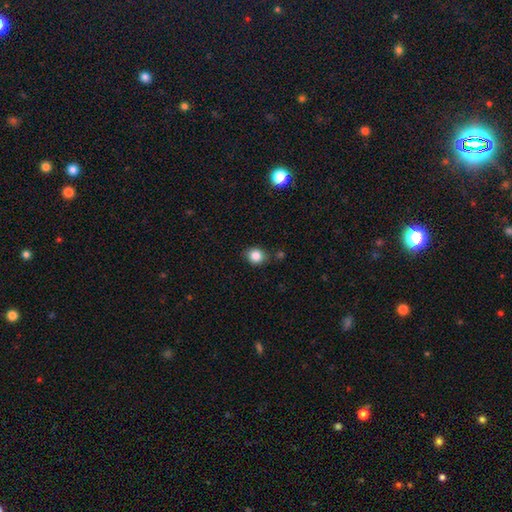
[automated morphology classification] A smooth galaxy with no disk features (84%) that is round (71%).

Vote fractions:
- Smooth or featured? smooth: 84% / star or artifact: 10% / featured or disk: 5%
- How rounded? round: 71% / in between: 28% / cigar-shaped: 1%
- Merging? none: 78% / minor disturbance: 15% / merger: 4% / major disturbance: 3%